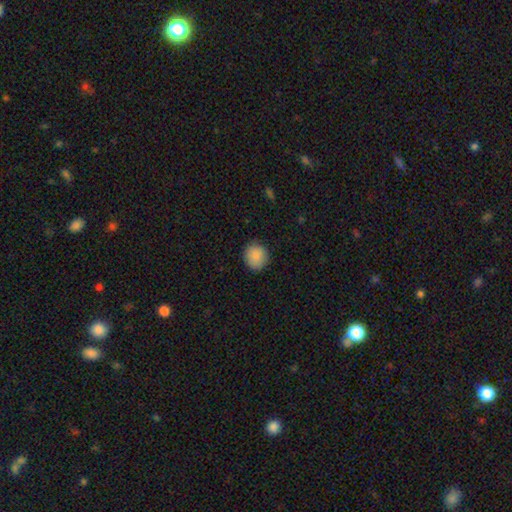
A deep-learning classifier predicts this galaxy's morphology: Smooth or featured?
  - smooth: 89% *
  - star or artifact: 7%
  - featured or disk: 4%
How rounded?
  - round: 87% *
  - in between: 12%
  - cigar-shaped: 1%
Merging?
  - none: 87% *
  - minor disturbance: 10%
  - major disturbance: 2%
  - merger: 1%